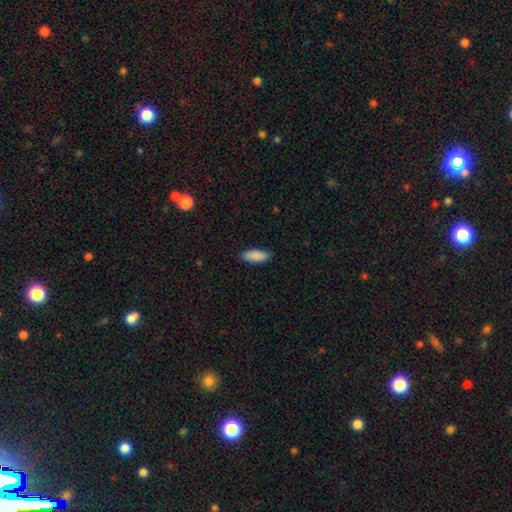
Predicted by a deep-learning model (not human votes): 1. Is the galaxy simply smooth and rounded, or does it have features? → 90% smooth, 6% star or artifact, 4% featured or disk.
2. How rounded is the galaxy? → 77% in between, 21% cigar-shaped, 2% round.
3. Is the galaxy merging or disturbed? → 88% none, 10% minor disturbance, 2% major disturbance, 1% merger.